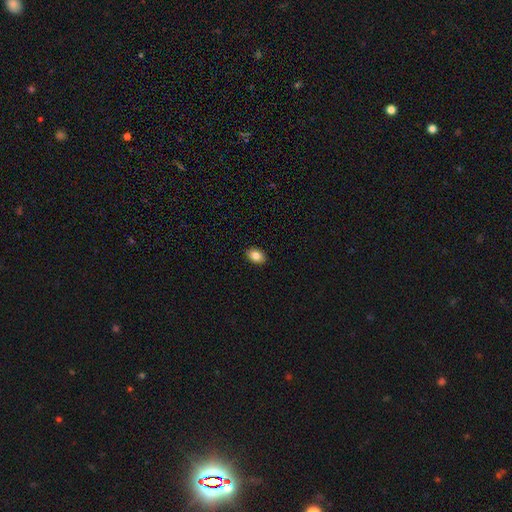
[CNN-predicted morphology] This appears to be a smooth galaxy with no disk features (85%) that is in between round and cigar-shaped (80%). Merging: none (90%).